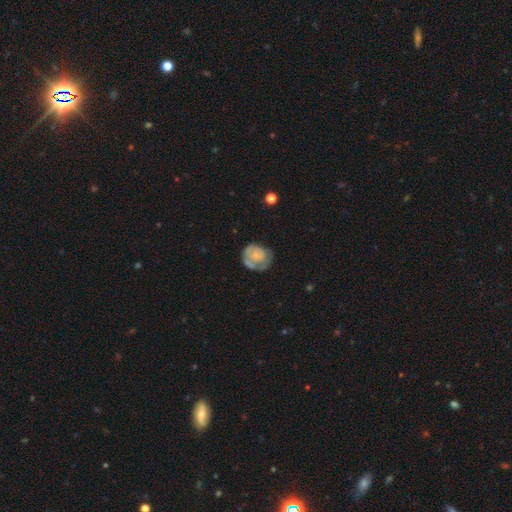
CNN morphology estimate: A featured or disk galaxy (49%).

Vote fractions:
- Smooth or featured? featured or disk: 49% / smooth: 44% / star or artifact: 7%
- Merging? none: 52% / minor disturbance: 28% / major disturbance: 17% / merger: 3%